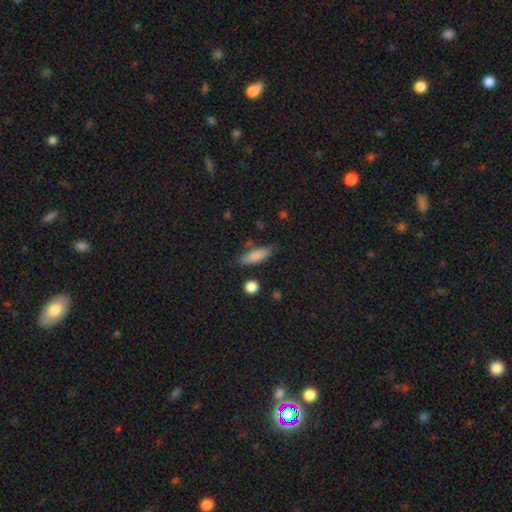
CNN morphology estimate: A smooth galaxy with no disk features (83%) that is in between round and cigar-shaped (53%). Merging: none (76%).